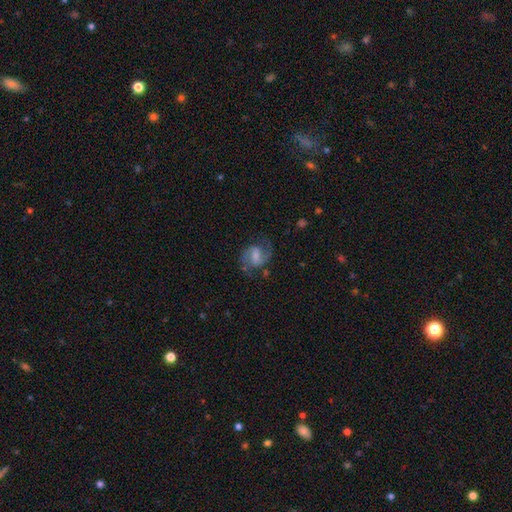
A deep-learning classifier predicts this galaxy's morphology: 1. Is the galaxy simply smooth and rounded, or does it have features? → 75% featured or disk, 17% smooth, 7% star or artifact.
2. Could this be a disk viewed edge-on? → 98% no, 2% yes.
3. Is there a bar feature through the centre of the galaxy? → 54% weak, 24% strong, 22% no.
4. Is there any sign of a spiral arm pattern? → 94% yes, 6% no.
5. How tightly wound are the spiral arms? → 56% medium, 27% loose, 17% tight.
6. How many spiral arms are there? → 90% 2, 4% can't tell, 3% 1, 1% 3, 1% 4, 1% more than 4.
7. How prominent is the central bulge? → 38% moderate, 30% small, 18% none, 12% large, 2% dominant.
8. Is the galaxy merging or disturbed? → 72% none, 17% minor disturbance, 9% major disturbance, 2% merger.